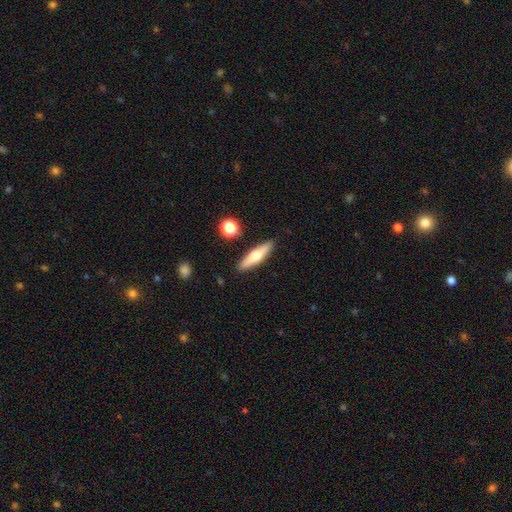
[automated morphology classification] Overall: smooth (54%; featured or disk 40%). How rounded: cigar-shaped (73%). Merging: none (88%).